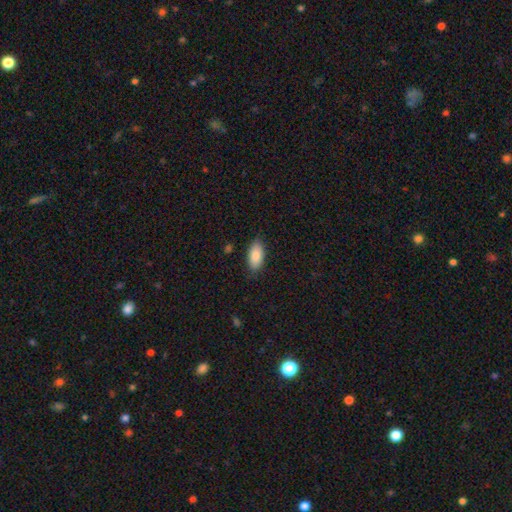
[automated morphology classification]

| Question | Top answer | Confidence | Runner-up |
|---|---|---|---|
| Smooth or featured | smooth | 86% | featured or disk (8%) |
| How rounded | in between | 90% | cigar-shaped (8%) |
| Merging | none | 84% | minor disturbance (12%) |